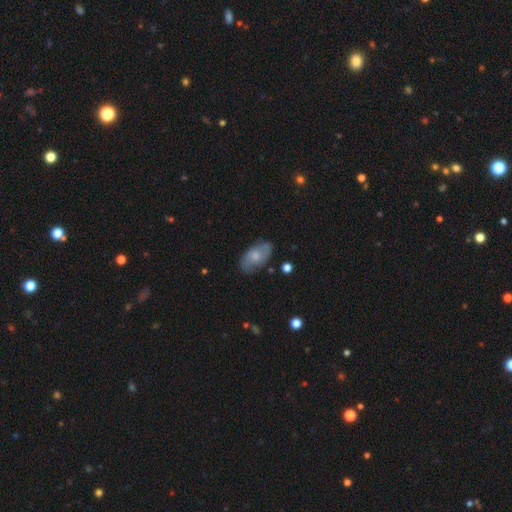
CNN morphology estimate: A smooth galaxy with no disk features (63%) that is in between round and cigar-shaped (93%).

Vote fractions:
- Smooth or featured? smooth: 63% / featured or disk: 31% / star or artifact: 7%
- How rounded? in between: 93% / round: 4% / cigar-shaped: 3%
- Merging? none: 76% / minor disturbance: 18% / major disturbance: 4% / merger: 2%